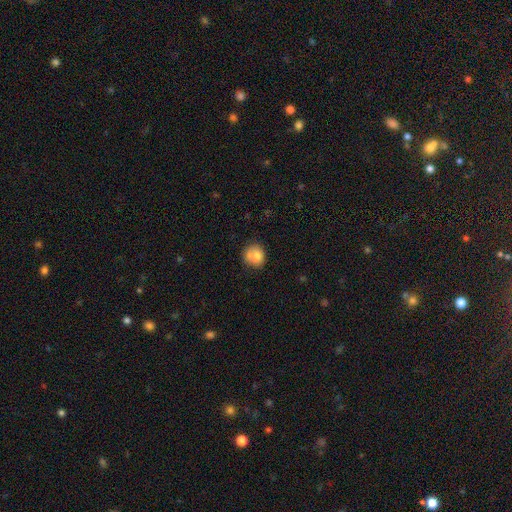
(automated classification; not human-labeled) A smooth galaxy with no disk features (72%) that is round (76%).

Vote fractions:
- Smooth or featured? smooth: 72% / featured or disk: 19% / star or artifact: 9%
- How rounded? round: 76% / in between: 23% / cigar-shaped: 1%
- Merging? none: 49% / merger: 27% / minor disturbance: 18% / major disturbance: 7%